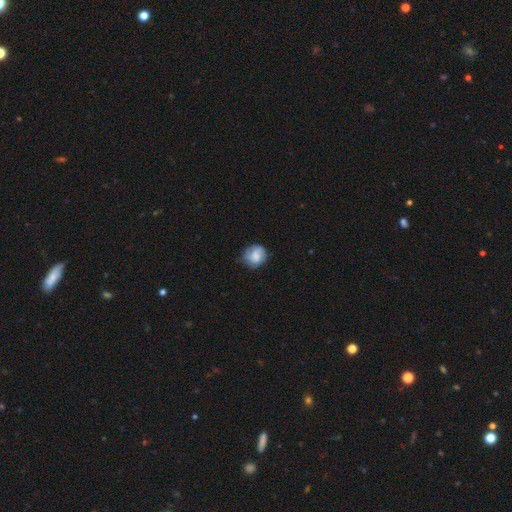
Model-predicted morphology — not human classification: Overall: smooth (64%; featured or disk 28%). How rounded: round (78%). Merging: none (64%; minor disturbance 26%).